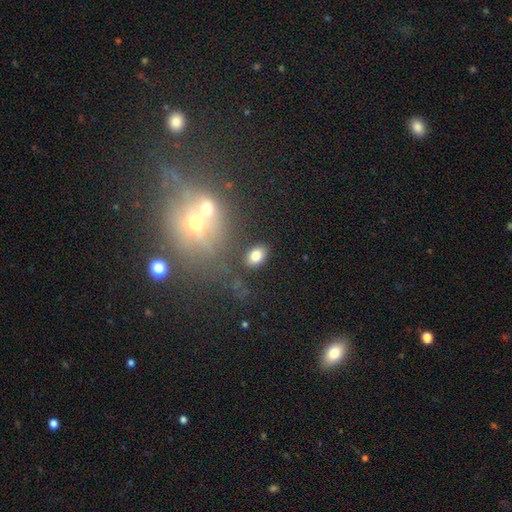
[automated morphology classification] Q: Smooth or featured?
A: smooth (79%); runner-up: star or artifact (11%)
Q: How rounded?
A: in between (78%); runner-up: round (21%)
Q: Merging?
A: none (77%); runner-up: minor disturbance (11%)